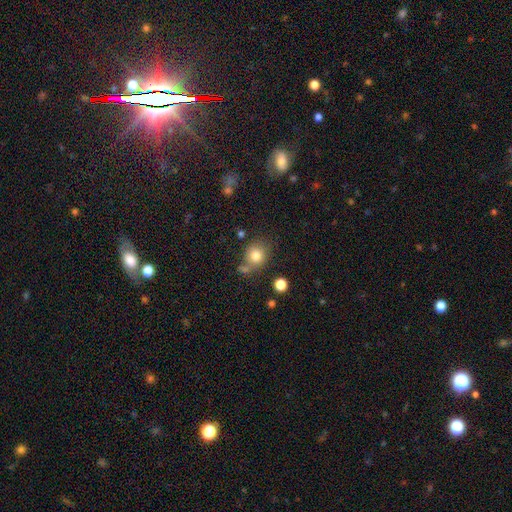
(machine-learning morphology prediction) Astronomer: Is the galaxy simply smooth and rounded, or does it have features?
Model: smooth — 80%.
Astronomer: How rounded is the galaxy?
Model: round — 81%.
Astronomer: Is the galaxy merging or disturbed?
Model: none — 63%.